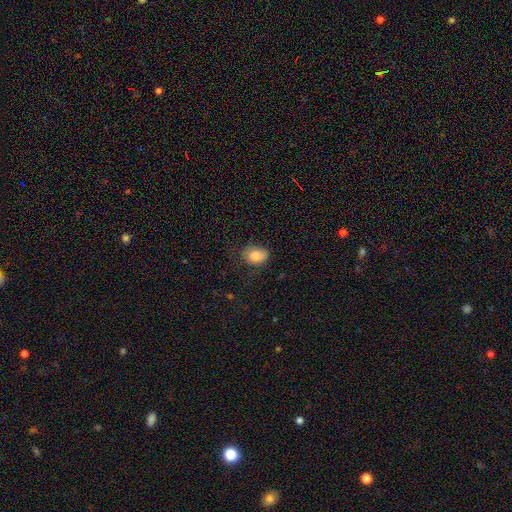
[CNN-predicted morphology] Smooth or featured? smooth (84%)
How rounded? in between (66%)
Merging? none (68%)